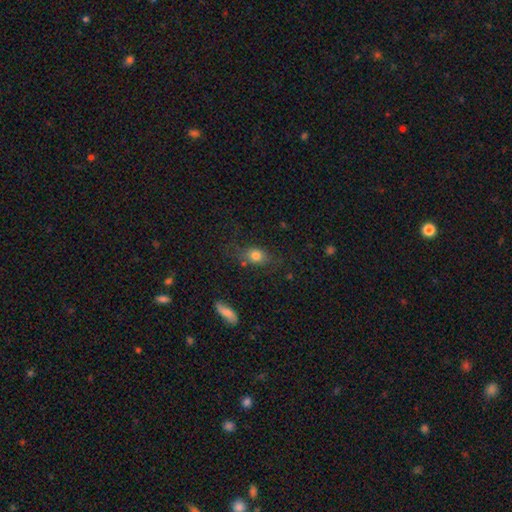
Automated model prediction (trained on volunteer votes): A smooth galaxy with no disk features (76%) that is in between round and cigar-shaped (61%). Merging: none (68%).